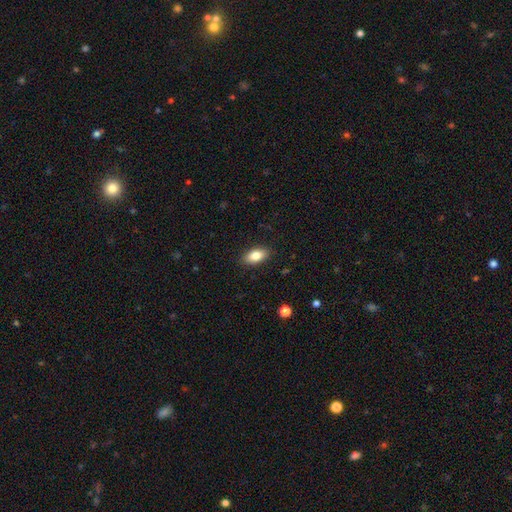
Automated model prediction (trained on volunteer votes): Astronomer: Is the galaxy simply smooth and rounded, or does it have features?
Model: smooth — 83%.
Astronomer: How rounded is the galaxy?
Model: in between — 90%.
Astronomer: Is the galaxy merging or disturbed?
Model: none — 88%.